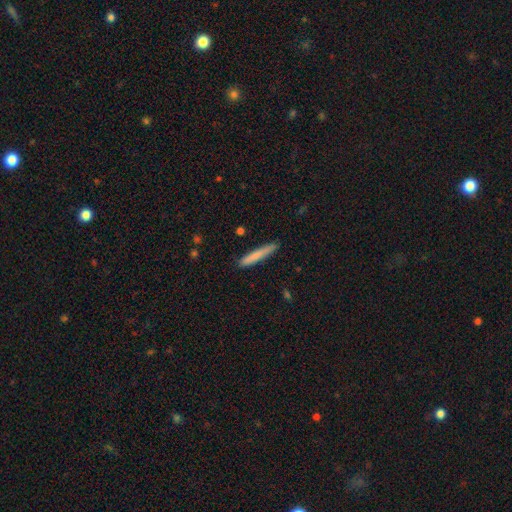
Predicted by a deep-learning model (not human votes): smooth_or_featured: smooth (p=0.78) [alt: featured or disk p=0.16]
how_rounded: cigar-shaped (p=0.95) [alt: in between p=0.04]
merging: none (p=0.86) [alt: minor disturbance p=0.11]